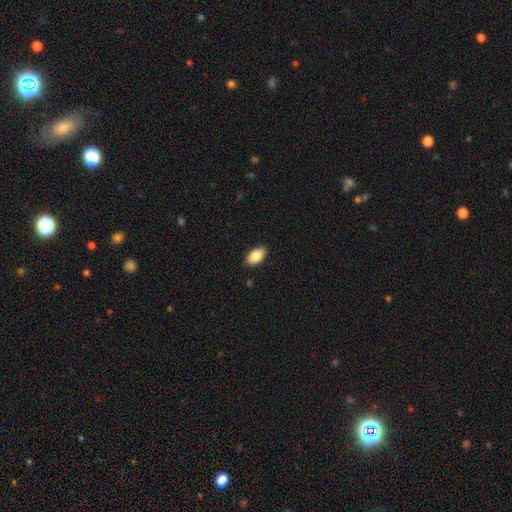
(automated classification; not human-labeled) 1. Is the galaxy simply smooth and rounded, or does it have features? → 86% smooth, 7% featured or disk, 7% star or artifact.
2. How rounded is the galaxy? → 93% in between, 4% round, 3% cigar-shaped.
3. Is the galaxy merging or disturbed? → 89% none, 9% minor disturbance, 2% major disturbance, 1% merger.